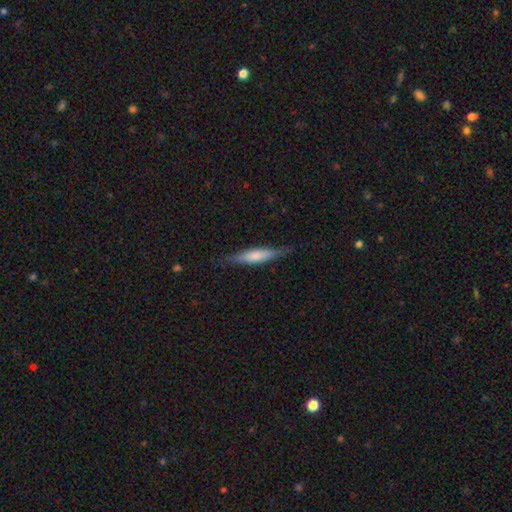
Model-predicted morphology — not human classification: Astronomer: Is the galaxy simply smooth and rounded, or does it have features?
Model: smooth — 58% (runner-up: featured or disk, 36%).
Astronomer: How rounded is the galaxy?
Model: cigar-shaped — 86%.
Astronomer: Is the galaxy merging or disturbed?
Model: none — 83%.